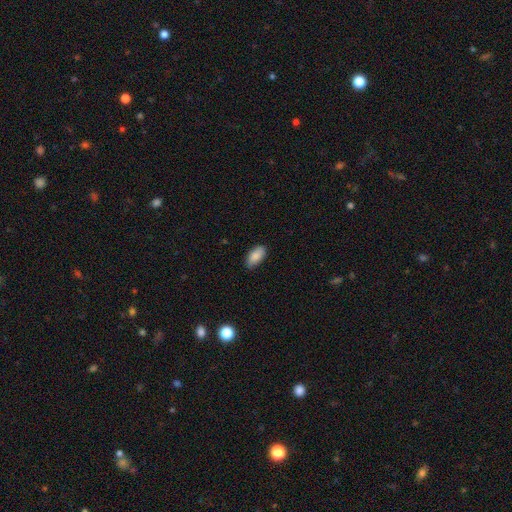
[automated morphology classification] Overall: smooth (87%). How rounded: in between (93%). Merging: none (82%).